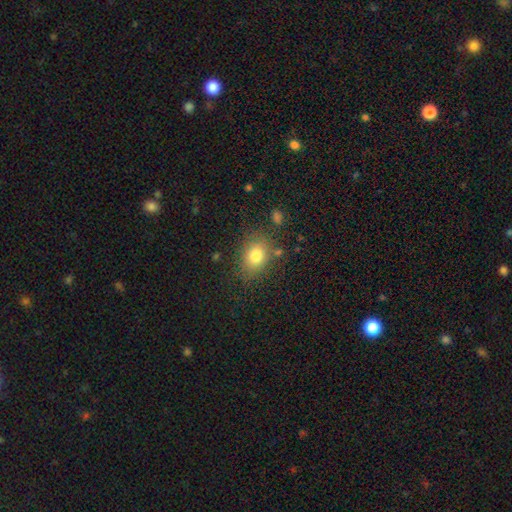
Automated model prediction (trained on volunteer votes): Smooth or featured? smooth (80%)
How rounded? in between (58%)
Merging? none (77%)